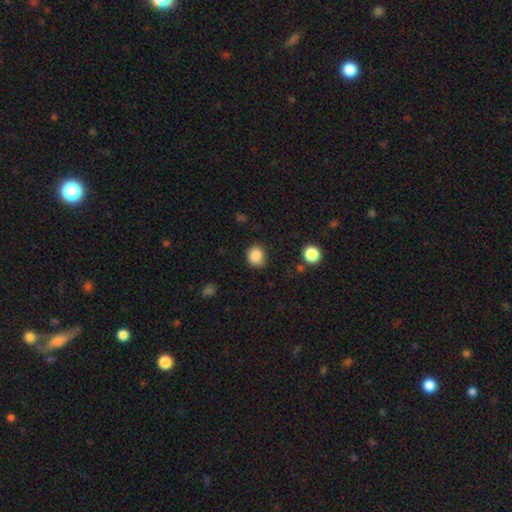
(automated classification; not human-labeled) The model was most divided on "how rounded": round: 75%, in between: 24%, cigar-shaped: 1%. More confident: smooth or featured — smooth (87%); merging — none (80%).